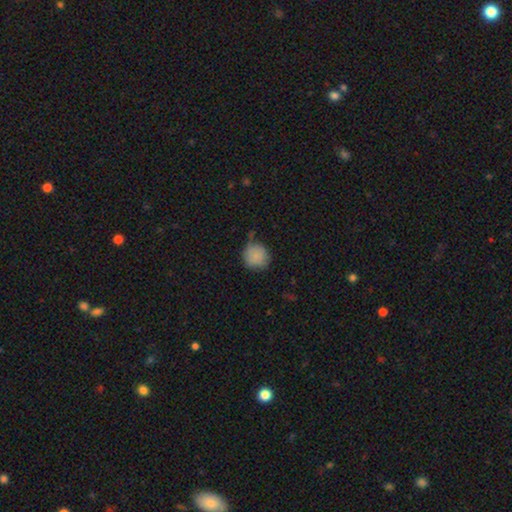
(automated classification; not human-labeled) This appears to be a smooth galaxy with no disk features (86%) that is round (90%). Merging: none (62%).